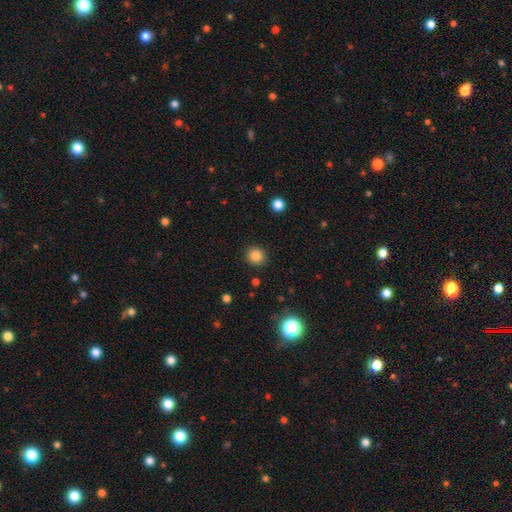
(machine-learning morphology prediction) The model was most divided on "smooth or featured": smooth: 84%, star or artifact: 11%, featured or disk: 5%. More confident: merging — none (91%); how rounded — round (90%).